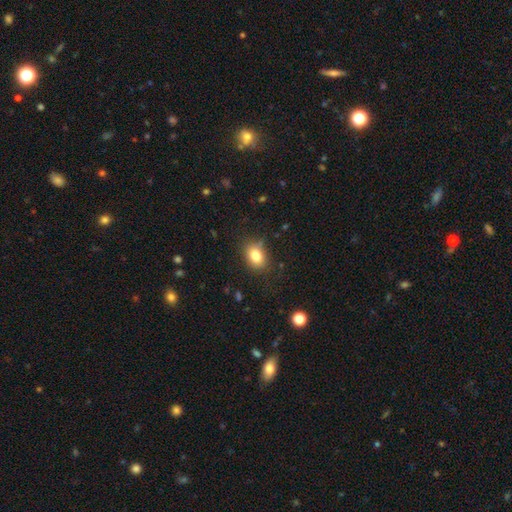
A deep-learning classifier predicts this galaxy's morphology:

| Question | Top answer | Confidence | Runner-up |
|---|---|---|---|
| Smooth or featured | smooth | 81% | star or artifact (10%) |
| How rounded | in between | 68% | round (31%) |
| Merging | none | 81% | minor disturbance (14%) |